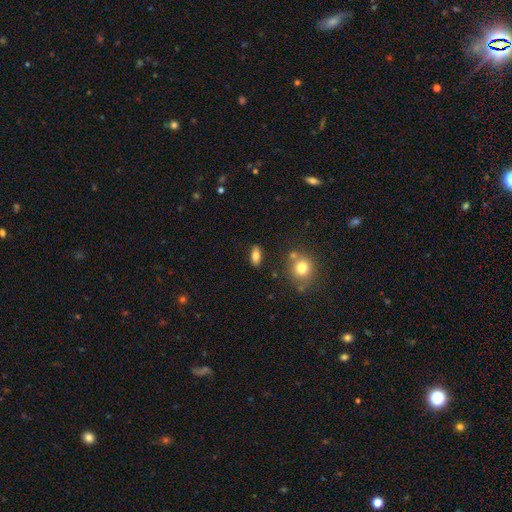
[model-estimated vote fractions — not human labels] smooth 80%, featured or disk 11%, star or artifact 9%. Down the decision tree: how rounded — in between (84%); merging — none (83%).